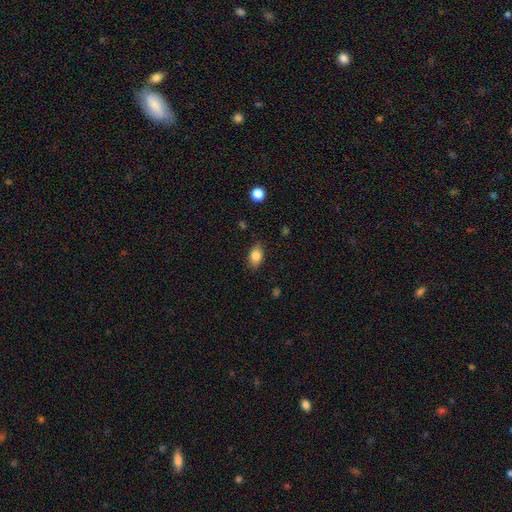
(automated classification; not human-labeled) smooth 85%, star or artifact 8%, featured or disk 7%. Down the decision tree: how rounded — in between (85%); merging — none (83%).